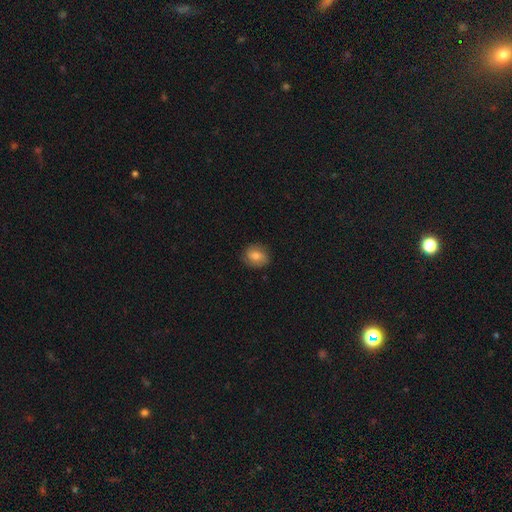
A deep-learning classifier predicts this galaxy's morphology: Smooth or featured?
  - smooth: 62% *
  - featured or disk: 29%
  - star or artifact: 9%
How rounded?
  - round: 63% *
  - in between: 36%
  - cigar-shaped: 1%
Merging?
  - none: 81% *
  - minor disturbance: 14%
  - major disturbance: 3%
  - merger: 1%